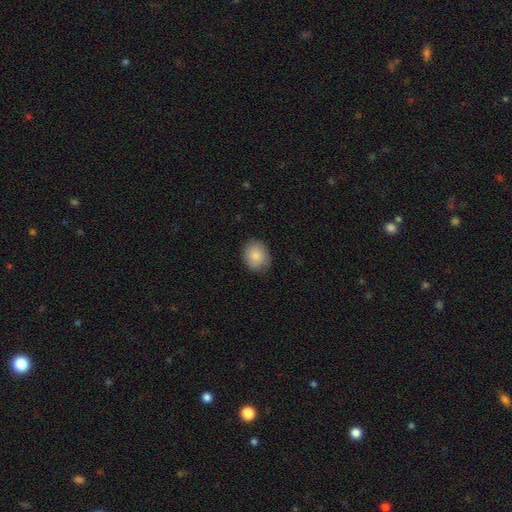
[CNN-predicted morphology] Smooth or featured?
  - smooth: 86% *
  - featured or disk: 8%
  - star or artifact: 7%
How rounded?
  - round: 62% *
  - in between: 37%
  - cigar-shaped: 1%
Merging?
  - none: 82% *
  - minor disturbance: 14%
  - major disturbance: 3%
  - merger: 1%